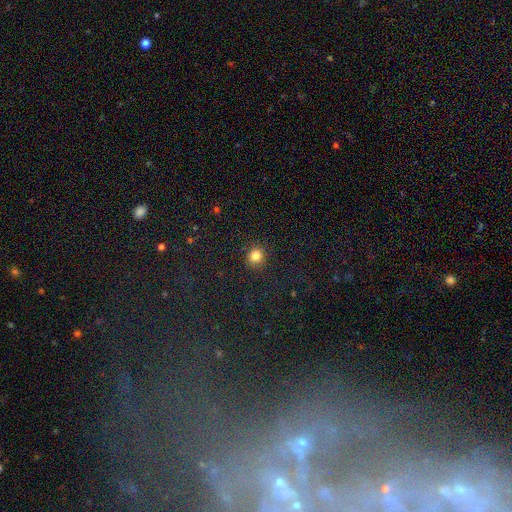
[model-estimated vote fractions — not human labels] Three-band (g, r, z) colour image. It shows a smooth galaxy with no disk features (83%) that is round (83%). Merging: none (89%).